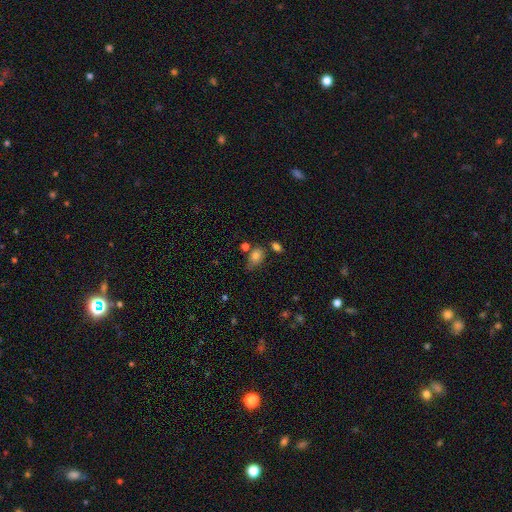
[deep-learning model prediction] smooth_or_featured: smooth (p=0.79) [alt: star or artifact p=0.11]
how_rounded: in between (p=0.78) [alt: round p=0.20]
merging: none (p=0.52) [alt: minor disturbance p=0.27]